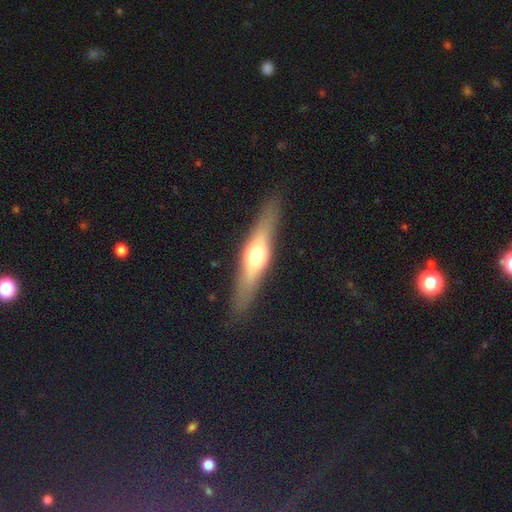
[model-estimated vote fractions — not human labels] The model was most divided on "smooth or featured": featured or disk: 58%, smooth: 36%, star or artifact: 6%. More confident: edge-on disk — yes (91%); edge-on bulge — rounded (89%); merging — none (87%).